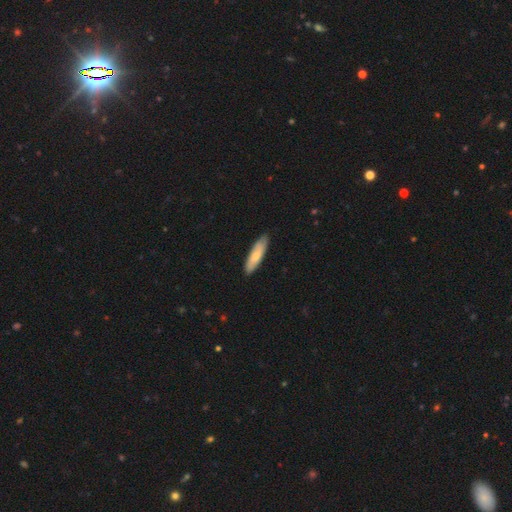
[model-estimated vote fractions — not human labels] A smooth galaxy with no disk features (72%) that is cigar-shaped (67%).

Vote fractions:
- Smooth or featured? smooth: 72% / featured or disk: 23% / star or artifact: 5%
- How rounded? cigar-shaped: 67% / in between: 32% / round: 1%
- Merging? none: 86% / minor disturbance: 11% / major disturbance: 2% / merger: 1%